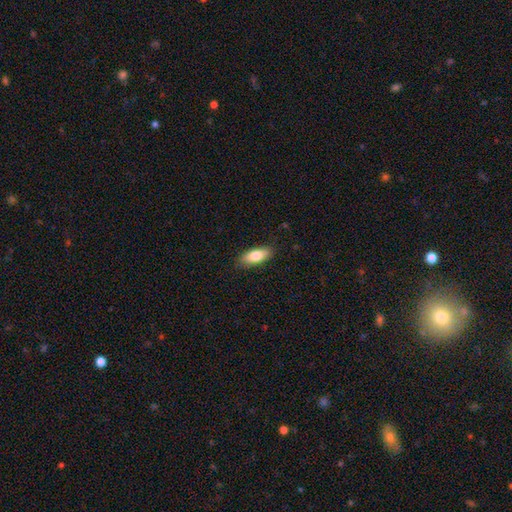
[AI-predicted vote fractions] smooth-or-featured: smooth: 82% | featured or disk: 12% | star or artifact: 6%
  how-rounded: in between: 79% | cigar-shaped: 18% | round: 2%
  merging: none: 85% | minor disturbance: 12% | major disturbance: 2% | merger: 1%